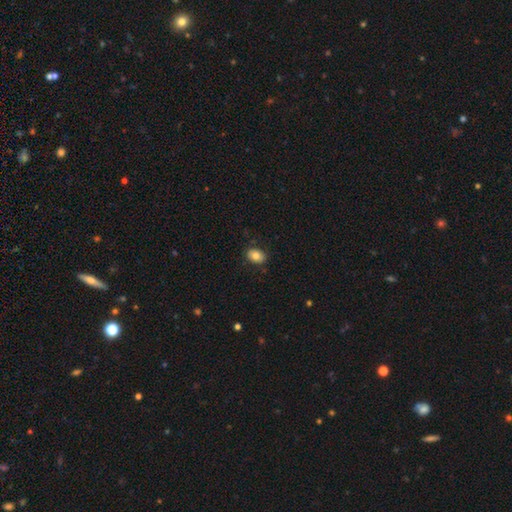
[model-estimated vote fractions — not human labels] A smooth galaxy with no disk features (80%) that is in between round and cigar-shaped (77%).

Vote fractions:
- Smooth or featured? smooth: 80% / featured or disk: 12% / star or artifact: 8%
- How rounded? in between: 77% / round: 22% / cigar-shaped: 1%
- Merging? none: 85% / minor disturbance: 11% / major disturbance: 2% / merger: 1%